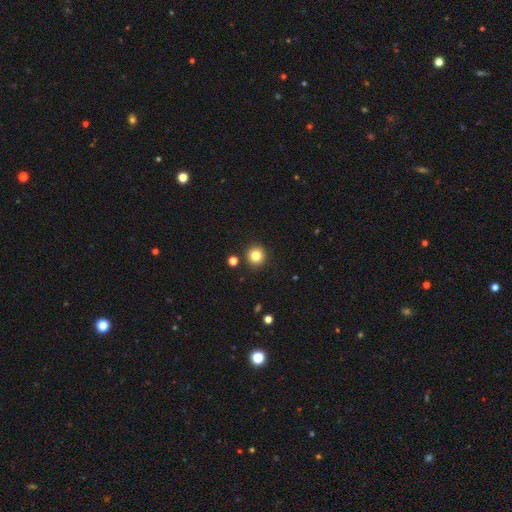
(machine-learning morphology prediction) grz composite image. It shows a smooth galaxy with no disk features (82%) that is round (94%). Merging: none (90%).